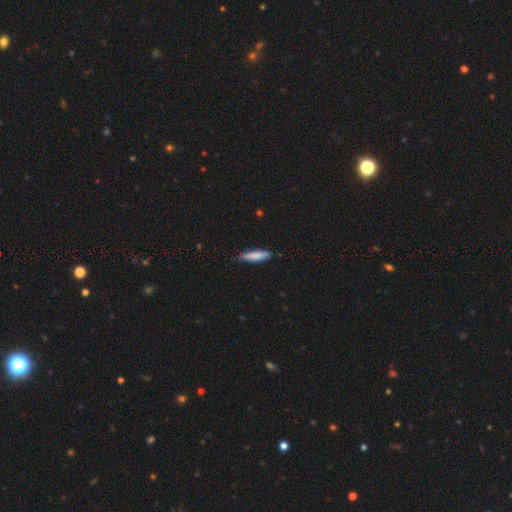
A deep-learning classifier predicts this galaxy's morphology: Overall: smooth (78%). How rounded: cigar-shaped (77%). Merging: none (81%).